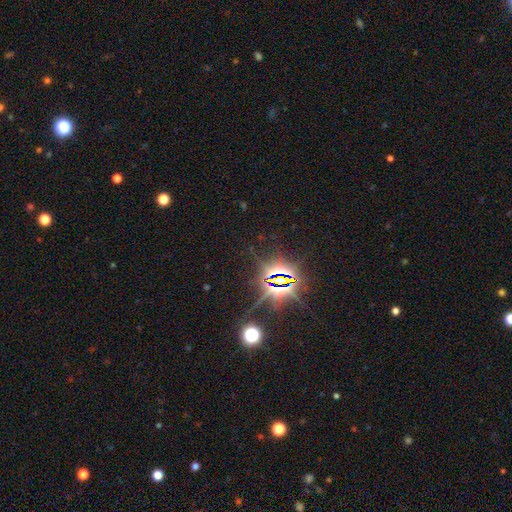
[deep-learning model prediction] star or artifact 86%, featured or disk 7%, smooth 7%.